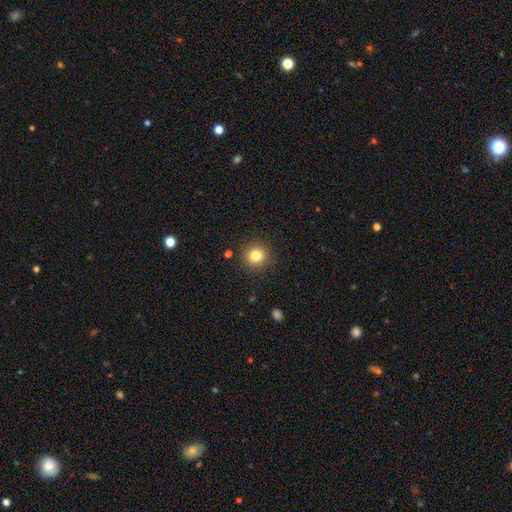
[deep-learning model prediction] Q: Smooth or featured?
A: smooth (81%); runner-up: star or artifact (12%)
Q: How rounded?
A: round (91%); runner-up: in between (8%)
Q: Merging?
A: none (90%); runner-up: minor disturbance (6%)